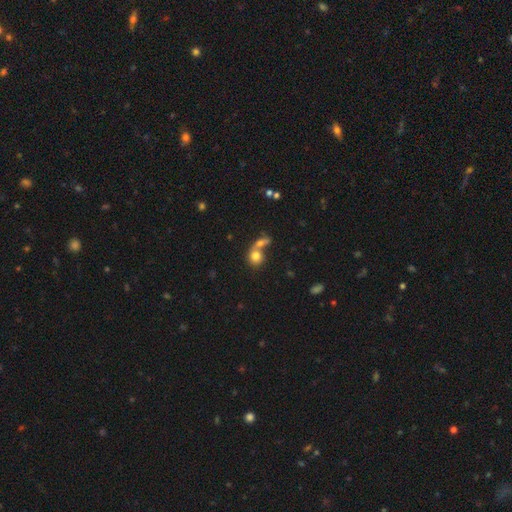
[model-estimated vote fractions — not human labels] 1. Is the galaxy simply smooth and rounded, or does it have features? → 77% smooth, 13% featured or disk, 10% star or artifact.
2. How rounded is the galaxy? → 76% round, 23% in between, 2% cigar-shaped.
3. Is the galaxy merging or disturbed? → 54% merger, 33% none, 8% minor disturbance, 5% major disturbance.